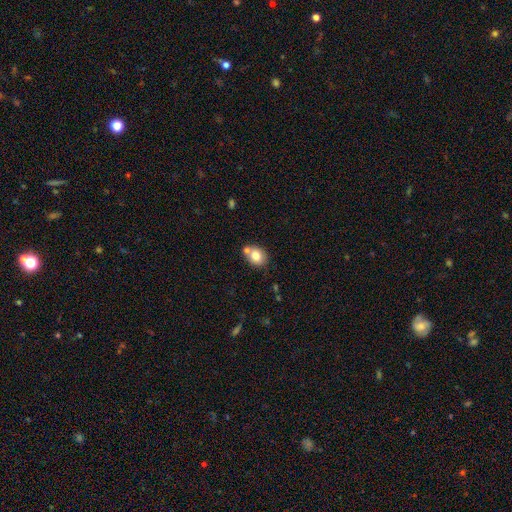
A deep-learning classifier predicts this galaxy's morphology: A smooth galaxy with no disk features (78%) that is round (62%). Merging: none (57%).